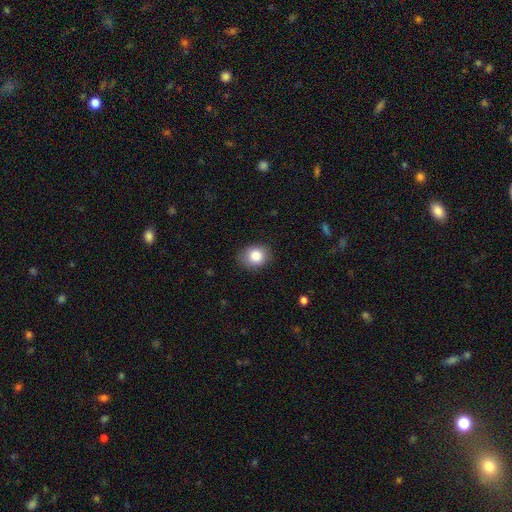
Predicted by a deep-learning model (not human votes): This is clearly a smooth galaxy (85%). How rounded: possibly round (58%). Merging: likely none (80%).